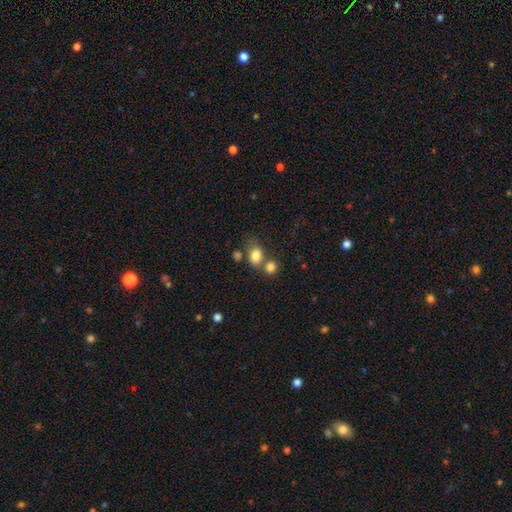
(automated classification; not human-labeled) Morphology: type=smooth (82%); roundness=in between (66%); merging=none (45%).